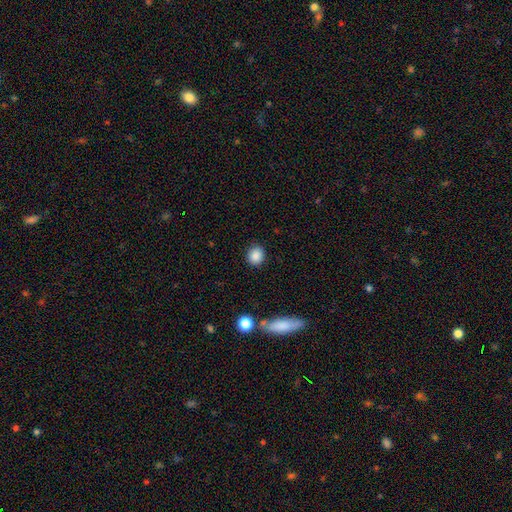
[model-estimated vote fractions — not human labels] Smooth or featured?
  - smooth: 87% *
  - star or artifact: 9%
  - featured or disk: 4%
How rounded?
  - round: 79% *
  - in between: 20%
  - cigar-shaped: 1%
Merging?
  - none: 88% *
  - minor disturbance: 8%
  - major disturbance: 2%
  - merger: 2%